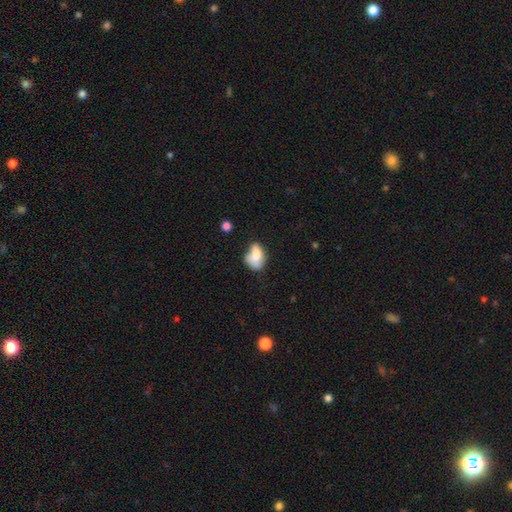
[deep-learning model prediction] Smooth or featured? smooth (69%)
How rounded? in between (76%)
Merging? none (31%)